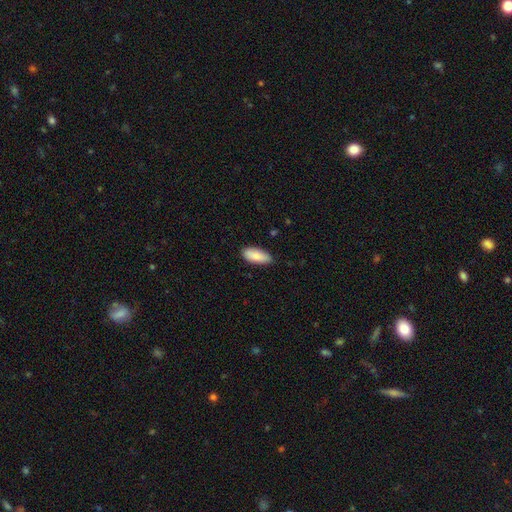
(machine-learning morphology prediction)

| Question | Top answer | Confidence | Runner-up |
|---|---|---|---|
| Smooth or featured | smooth | 87% | featured or disk (7%) |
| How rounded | in between | 84% | cigar-shaped (14%) |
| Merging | none | 83% | minor disturbance (14%) |